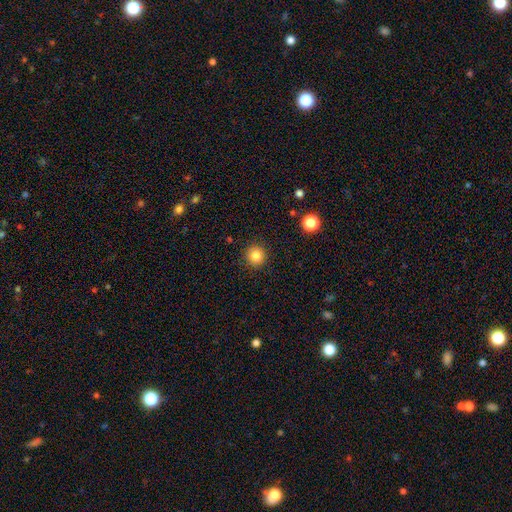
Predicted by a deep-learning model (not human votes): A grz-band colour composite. It shows a smooth galaxy with no disk features (83%) that is round (94%). Merging: none (91%).